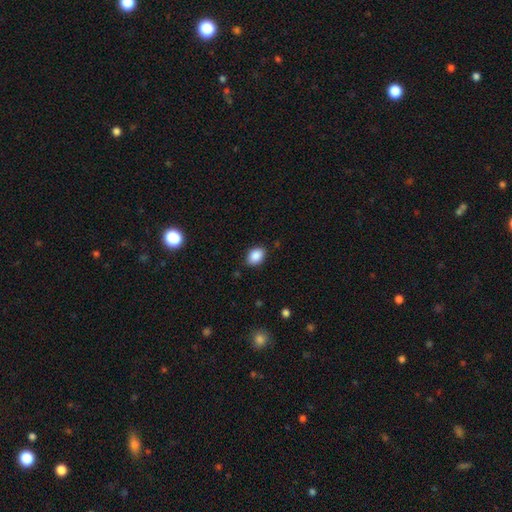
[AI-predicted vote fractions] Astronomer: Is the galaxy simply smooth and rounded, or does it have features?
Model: smooth — 89%.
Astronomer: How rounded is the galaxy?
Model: in between — 81%.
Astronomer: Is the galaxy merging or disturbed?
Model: none — 85%.